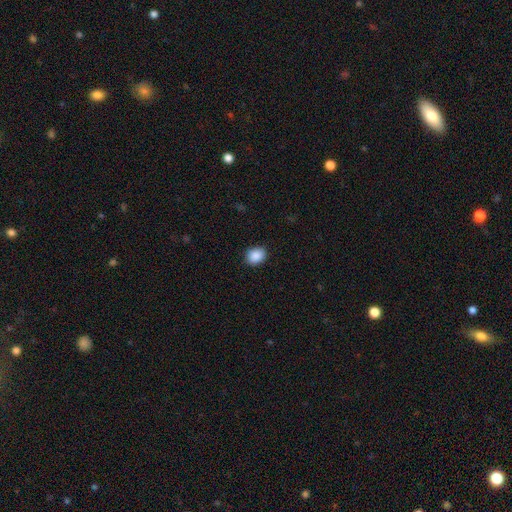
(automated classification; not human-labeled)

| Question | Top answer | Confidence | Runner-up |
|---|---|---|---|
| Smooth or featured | smooth | 89% | star or artifact (8%) |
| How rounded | in between | 51% | round (48%) |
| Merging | none | 88% | minor disturbance (9%) |